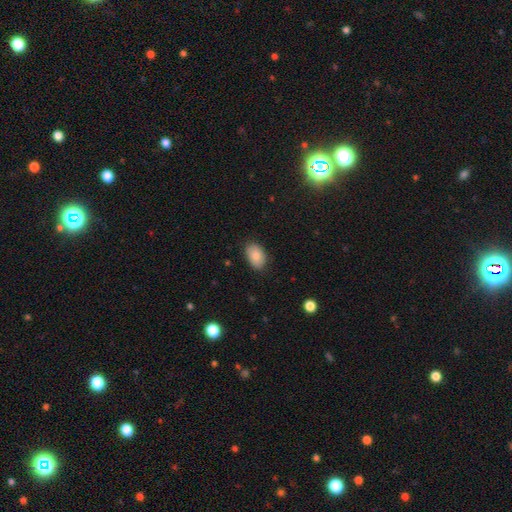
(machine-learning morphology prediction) A smooth galaxy with no disk features (85%) that is in between round and cigar-shaped (88%). Merging: none (84%).